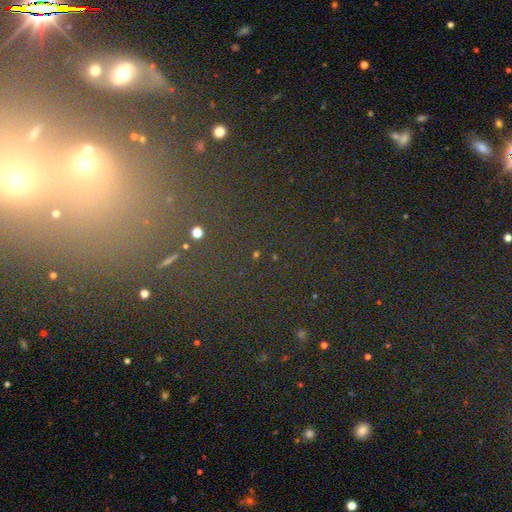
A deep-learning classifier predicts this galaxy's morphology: Smooth or featured: star or artifact — 66% (smooth — 22%)